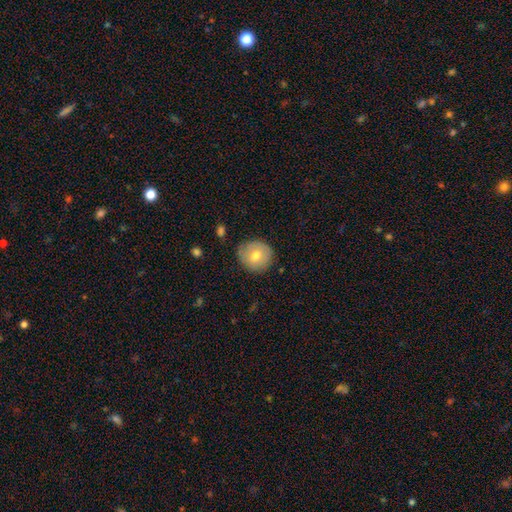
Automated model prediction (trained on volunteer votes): smooth-or-featured: smooth: 69% | featured or disk: 23% | star or artifact: 8%
  how-rounded: round: 90% | in between: 9% | cigar-shaped: 1%
  merging: none: 81% | minor disturbance: 15% | major disturbance: 3% | merger: 1%